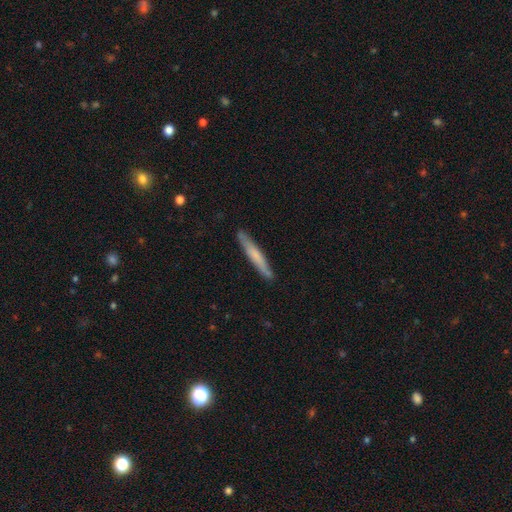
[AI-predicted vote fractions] This appears to be a smooth galaxy with no disk features (59%) that is cigar-shaped (95%). Merging: none (87%).